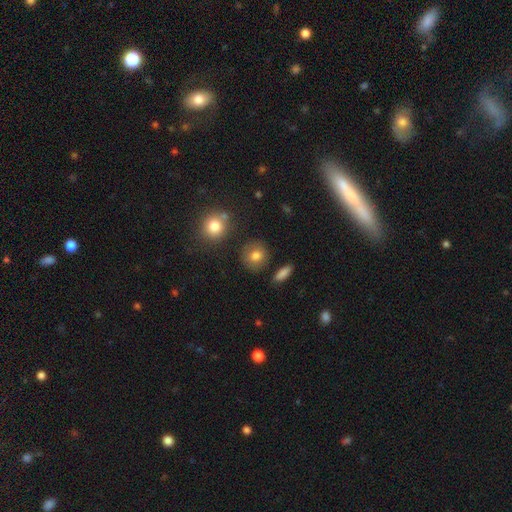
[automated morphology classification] A smooth galaxy with no disk features (77%) that is round (86%).

Vote fractions:
- Smooth or featured? smooth: 77% / featured or disk: 13% / star or artifact: 9%
- How rounded? round: 86% / in between: 12% / cigar-shaped: 1%
- Merging? none: 83% / minor disturbance: 11% / merger: 3% / major disturbance: 3%